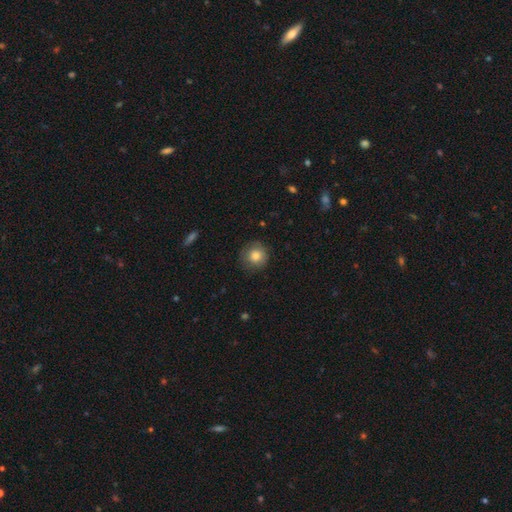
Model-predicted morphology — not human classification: Smooth or featured? smooth (81%)
How rounded? round (93%)
Merging? none (81%)